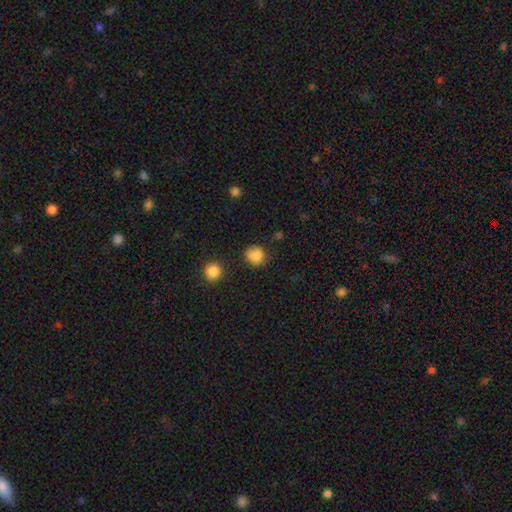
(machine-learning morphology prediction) This appears to be a smooth galaxy with no disk features (83%) that is round (76%). Merging: none (64%).